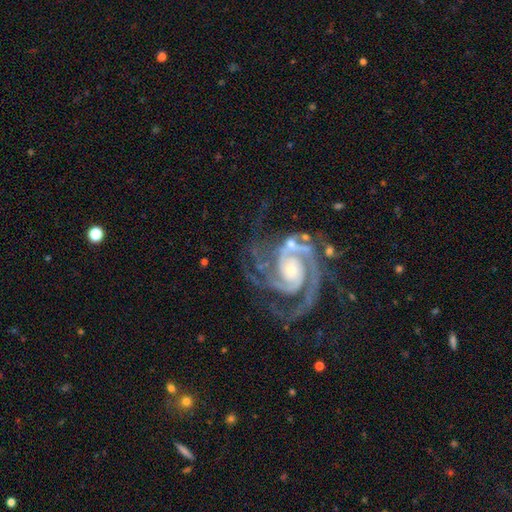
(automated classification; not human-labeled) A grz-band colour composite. It shows a featured or disk galaxy (92%) with no bar (51%), 2 (42%) tight (59%) spiral arms (99%) and a moderate central bulge (48%). Merging: none (68%).